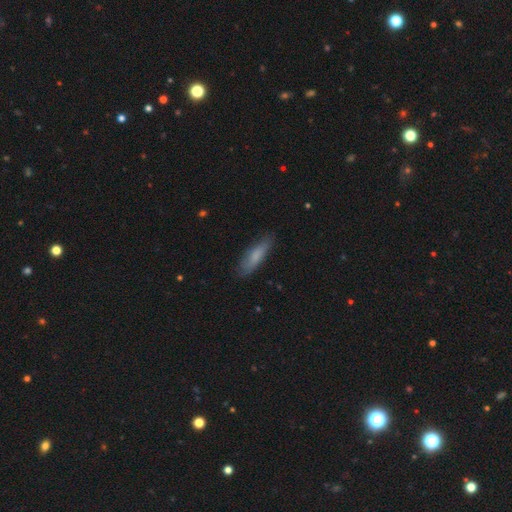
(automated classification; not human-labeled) smooth 74%, featured or disk 20%, star or artifact 6%. Down the decision tree: how rounded — cigar-shaped (61%); merging — none (79%).